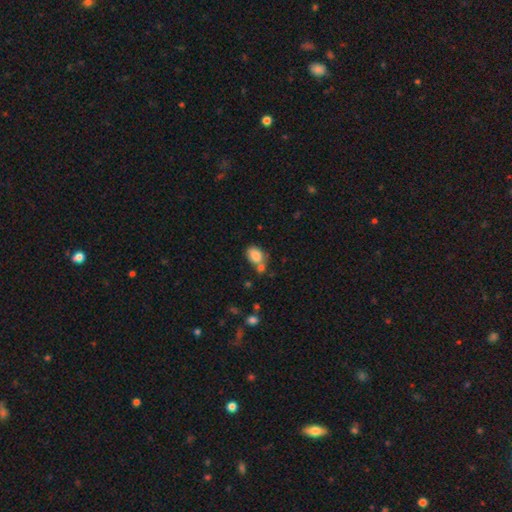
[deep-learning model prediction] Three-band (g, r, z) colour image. It shows a smooth galaxy with no disk features (84%) that is in between round and cigar-shaped (70%). Merging: none (49%).